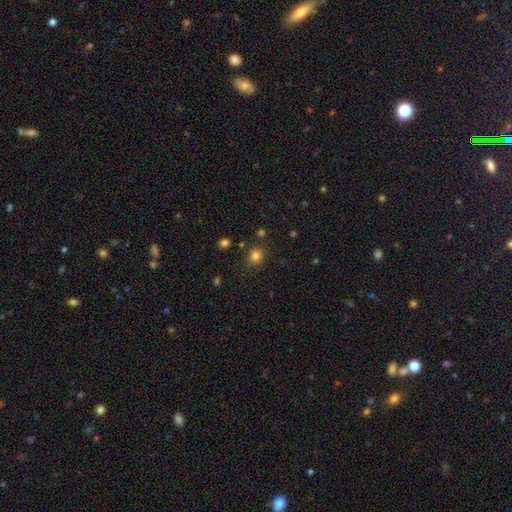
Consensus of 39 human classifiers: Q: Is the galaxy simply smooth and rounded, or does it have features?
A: smooth — 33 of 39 (85%).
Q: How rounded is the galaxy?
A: round — 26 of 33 (79%).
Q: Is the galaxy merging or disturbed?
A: none — 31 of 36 (86%).